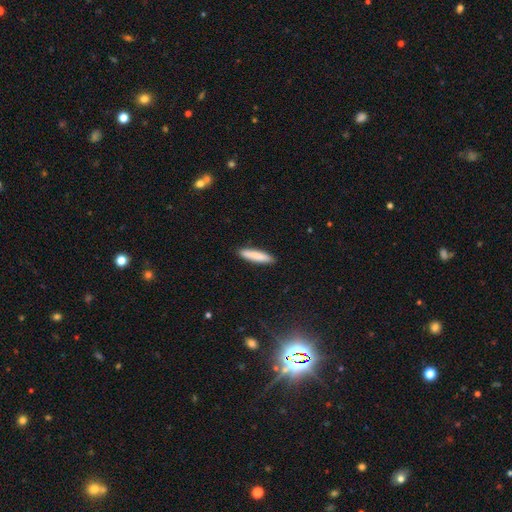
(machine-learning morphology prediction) Smooth or featured?
  - smooth: 84% *
  - featured or disk: 10%
  - star or artifact: 6%
How rounded?
  - cigar-shaped: 86% *
  - in between: 13%
  - round: 1%
Merging?
  - none: 90% *
  - minor disturbance: 7%
  - major disturbance: 1%
  - merger: 1%